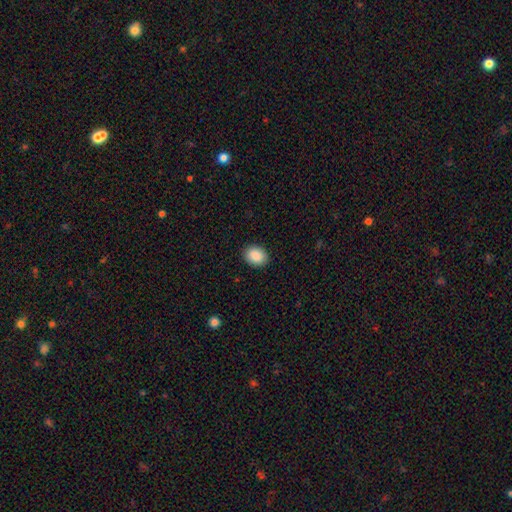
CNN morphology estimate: type=smooth (90%); roundness=in between (61%); merging=none (90%).